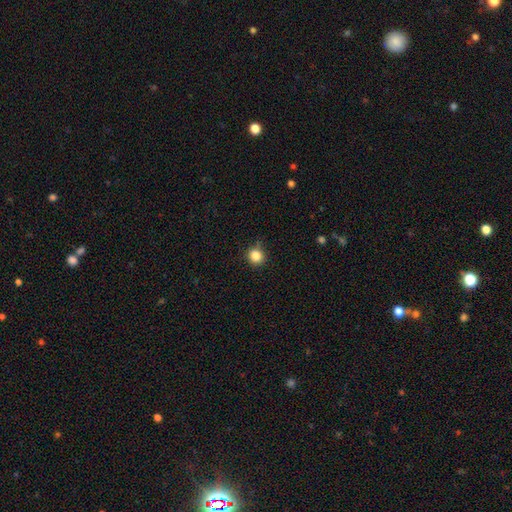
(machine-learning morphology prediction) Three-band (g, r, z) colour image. It shows a smooth galaxy with no disk features (85%) that is round (92%). Merging: none (85%).